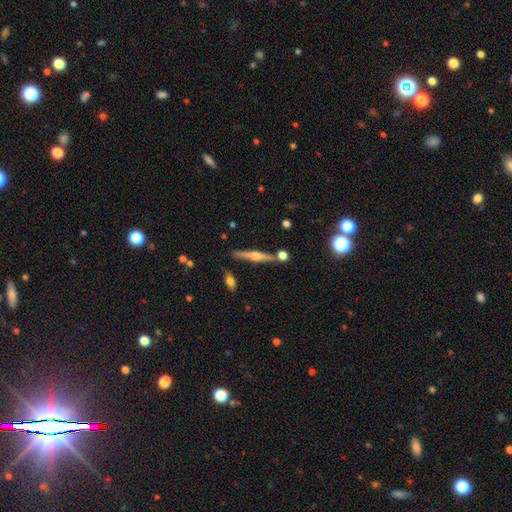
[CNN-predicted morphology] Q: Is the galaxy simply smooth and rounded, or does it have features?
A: featured or disk — 71%.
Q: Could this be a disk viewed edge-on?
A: yes — 97%.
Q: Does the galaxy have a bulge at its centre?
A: rounded — 92%.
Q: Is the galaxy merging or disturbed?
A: none — 80%.